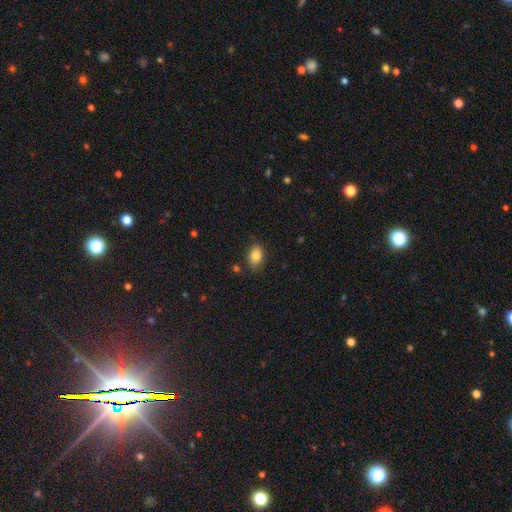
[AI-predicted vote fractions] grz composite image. It shows a smooth galaxy with no disk features (84%) that is in between round and cigar-shaped (85%). Merging: none (82%).